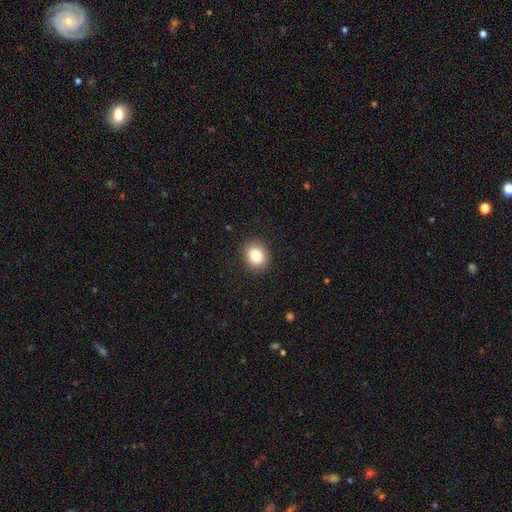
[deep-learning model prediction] A smooth galaxy with no disk features (84%) that is round (71%).

Vote fractions:
- Smooth or featured? smooth: 84% / star or artifact: 10% / featured or disk: 6%
- How rounded? round: 71% / in between: 28% / cigar-shaped: 1%
- Merging? none: 90% / minor disturbance: 7% / major disturbance: 2% / merger: 1%